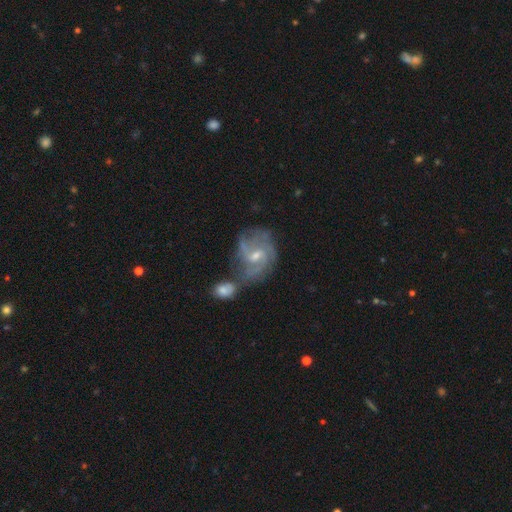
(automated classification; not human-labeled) A featured or disk galaxy (83%) with a weak bar (55%), 2 (32%) medium (47%) spiral arms (94%) and a moderate central bulge (49%). Merging: none (42%).